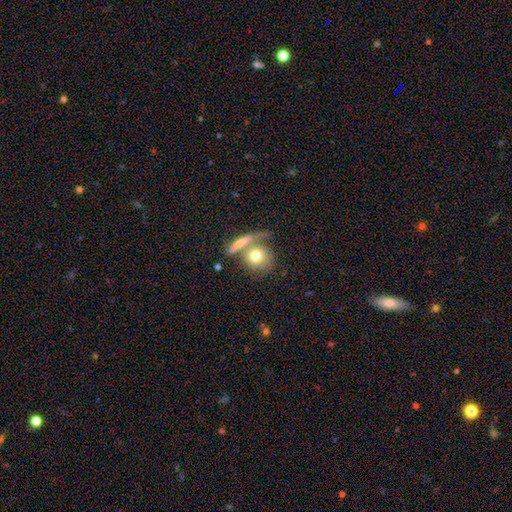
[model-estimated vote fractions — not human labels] smooth_or_featured: smooth (p=0.69) [alt: featured or disk p=0.24]
how_rounded: round (p=0.76) [alt: in between p=0.19]
merging: none (p=0.44) [alt: merger p=0.37]